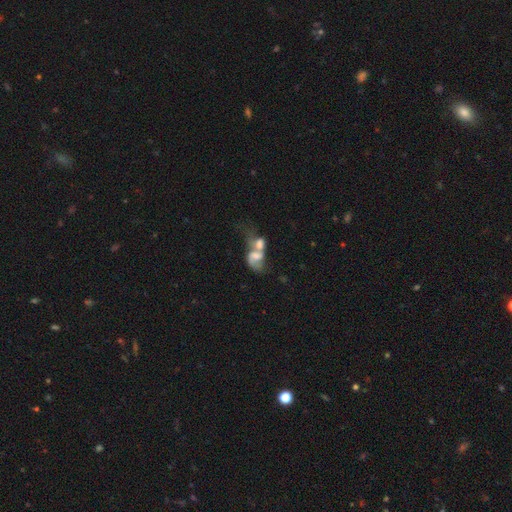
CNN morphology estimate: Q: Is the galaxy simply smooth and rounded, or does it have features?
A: featured or disk — 50%.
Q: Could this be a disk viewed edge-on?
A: no — 96%.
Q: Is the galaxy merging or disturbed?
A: merger — 72%.